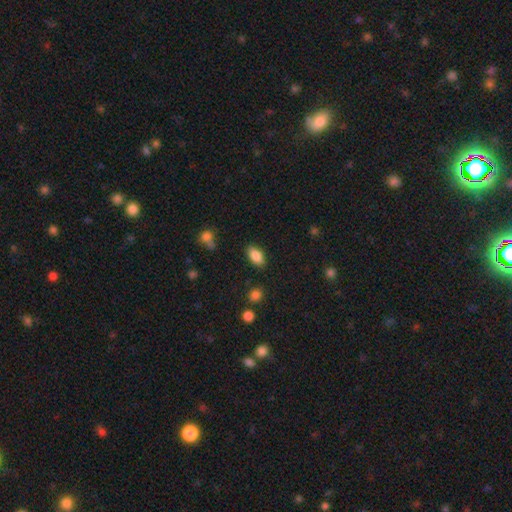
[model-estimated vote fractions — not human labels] Overall: smooth (86%). How rounded: in between (91%). Merging: none (84%).